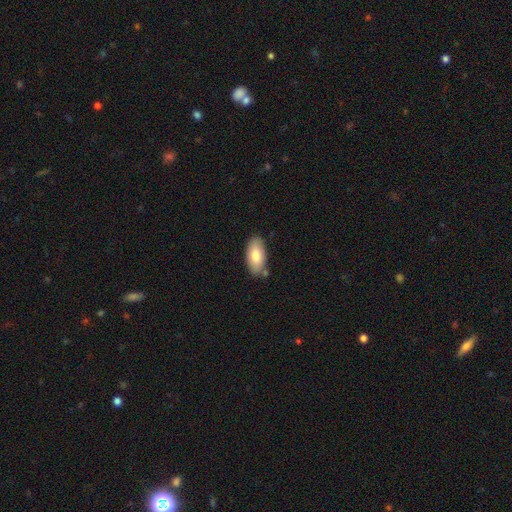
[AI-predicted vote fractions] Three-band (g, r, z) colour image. It shows a smooth galaxy with no disk features (78%) that is in between round and cigar-shaped (93%). Merging: none (77%).